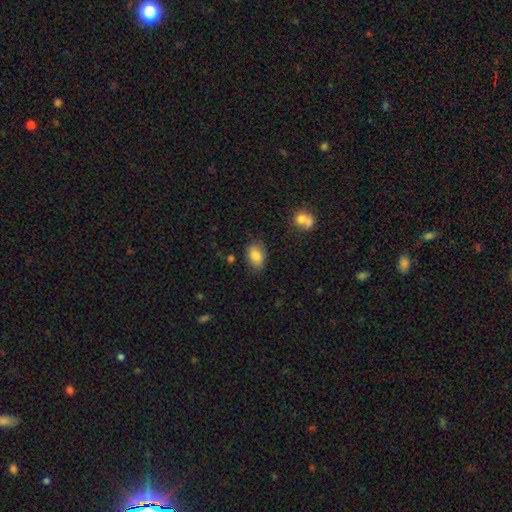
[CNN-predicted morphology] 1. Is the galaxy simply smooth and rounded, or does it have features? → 83% smooth, 9% featured or disk, 8% star or artifact.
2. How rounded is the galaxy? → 86% in between, 13% round, 1% cigar-shaped.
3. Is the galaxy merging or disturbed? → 77% none, 17% minor disturbance, 4% major disturbance, 3% merger.